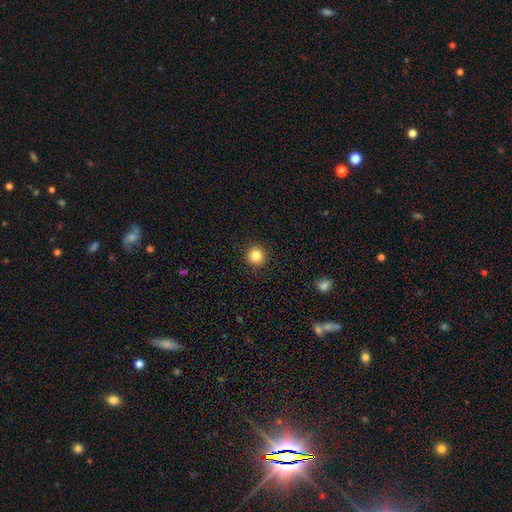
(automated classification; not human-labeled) Overall: smooth (83%). How rounded: round (95%). Merging: none (93%).